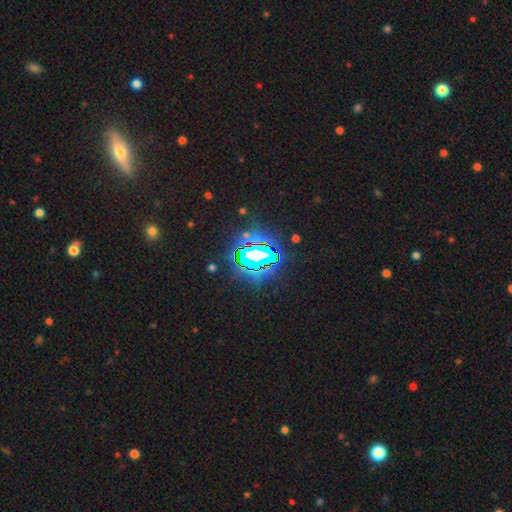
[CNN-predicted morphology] type=star or artifact (76%).